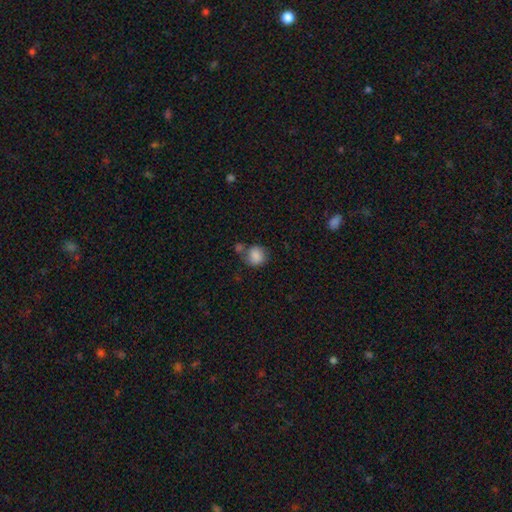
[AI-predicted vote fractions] Smooth or featured: smooth — 85% (star or artifact — 9%)
How rounded: round — 78% (in between — 21%)
Merging: none — 56% (merger — 22%)